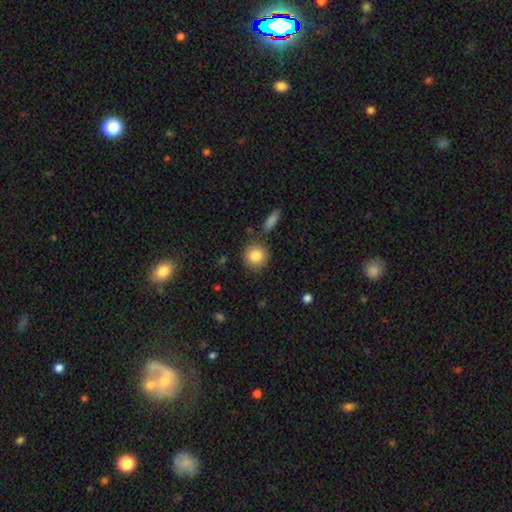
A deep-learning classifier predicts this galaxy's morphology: Smooth or featured? Predicted: smooth (p=0.87). How rounded? Predicted: round (p=0.88). Merging? Predicted: none (p=0.81).